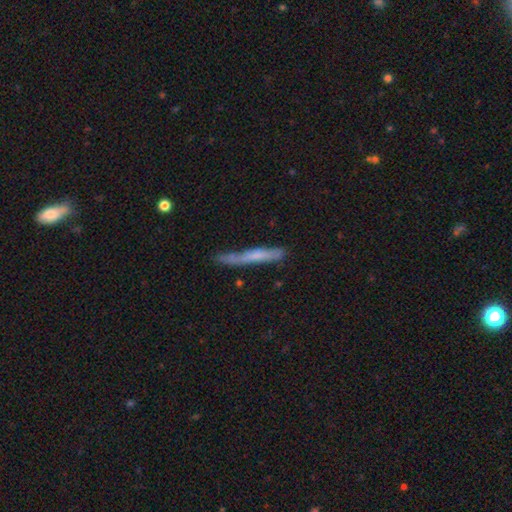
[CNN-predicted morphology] This appears to be a smooth galaxy with no disk features (52%) that is cigar-shaped (95%). Merging: none (60%).